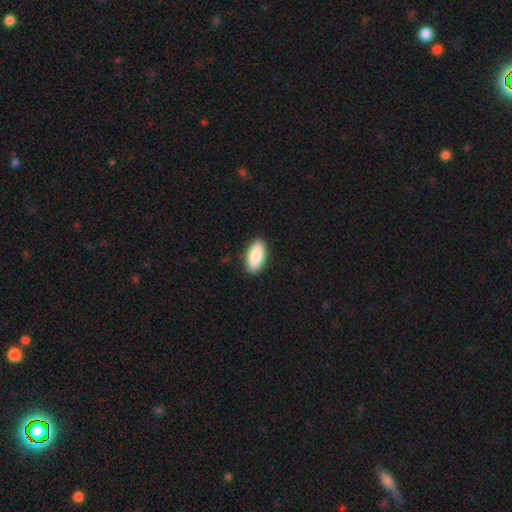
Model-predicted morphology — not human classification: Smooth or featured?
  - smooth: 87% *
  - featured or disk: 7%
  - star or artifact: 6%
How rounded?
  - in between: 85% *
  - cigar-shaped: 13%
  - round: 2%
Merging?
  - none: 89% *
  - minor disturbance: 8%
  - major disturbance: 2%
  - merger: 1%